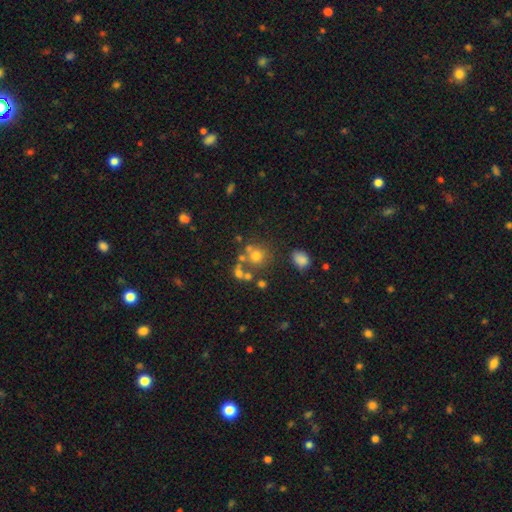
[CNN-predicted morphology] smooth_or_featured: smooth (p=0.65) [alt: featured or disk p=0.18]
how_rounded: round (p=0.83) [alt: in between p=0.16]
merging: none (p=0.55) [alt: merger p=0.25]